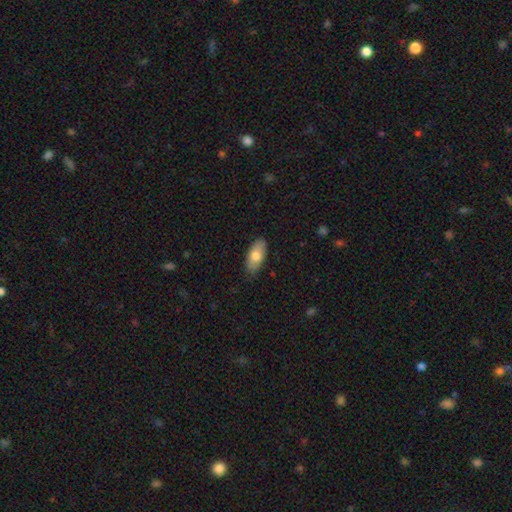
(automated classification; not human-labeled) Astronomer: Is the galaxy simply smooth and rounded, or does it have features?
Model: smooth — 75%.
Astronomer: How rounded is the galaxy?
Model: in between — 89%.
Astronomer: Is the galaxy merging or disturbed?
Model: none — 85%.